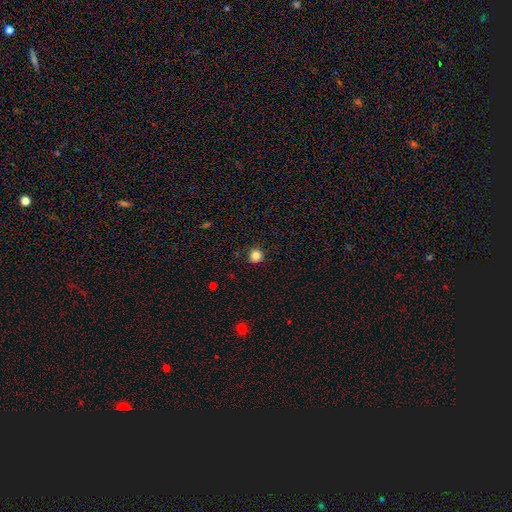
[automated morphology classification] smooth-or-featured: smooth: 85% | star or artifact: 12% | featured or disk: 4%
  how-rounded: round: 96% | in between: 3% | cigar-shaped: 1%
  merging: none: 92% | minor disturbance: 5% | major disturbance: 2% | merger: 1%